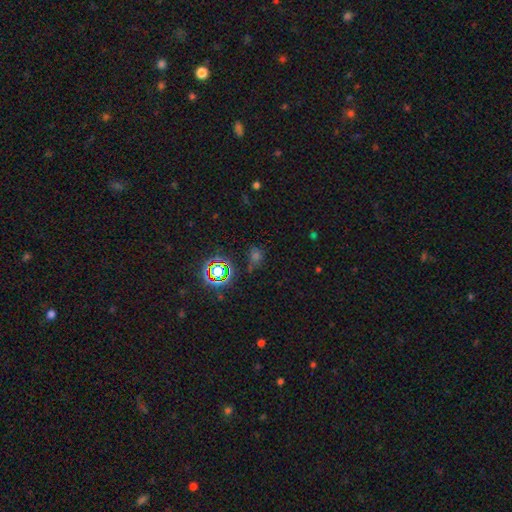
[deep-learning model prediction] A star or artifact, not a galaxy (57%).